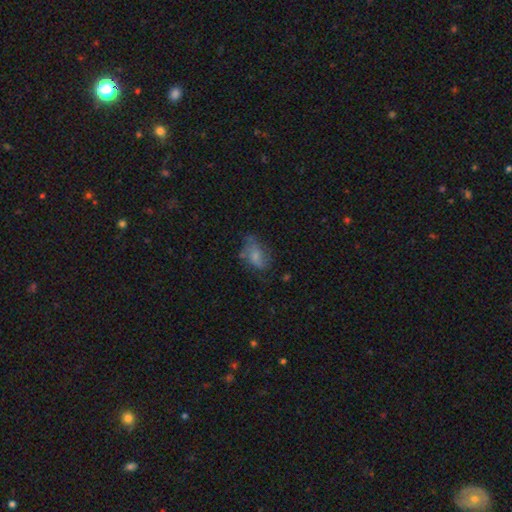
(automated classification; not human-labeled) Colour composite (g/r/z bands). It shows a smooth galaxy with no disk features (53%) that is in between round and cigar-shaped (83%). Merging: none (47%).